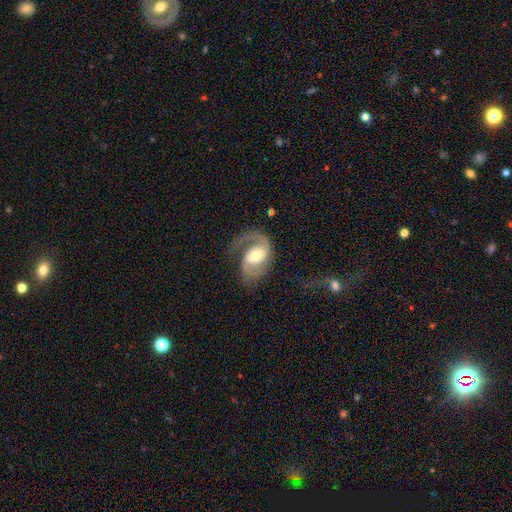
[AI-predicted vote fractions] featured or disk 81%, smooth 13%, star or artifact 5%. Down the decision tree: edge-on disk — no (97%); bar — no (48%); spiral arms — yes (94%); spiral arm count — 2 (58%); spiral winding — medium (48%); bulge size — moderate (61%); merging — none (52%).